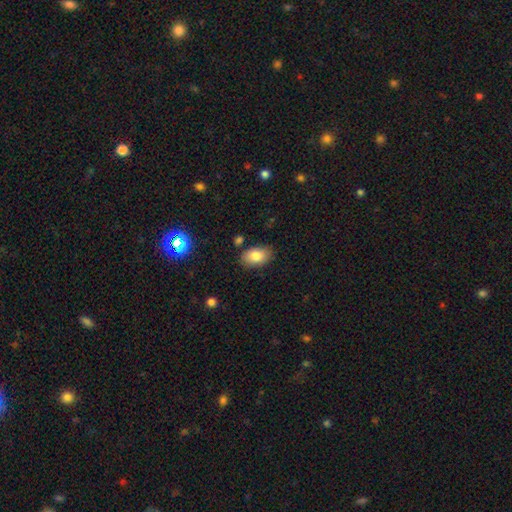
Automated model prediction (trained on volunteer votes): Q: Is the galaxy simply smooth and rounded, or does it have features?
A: smooth — 82%.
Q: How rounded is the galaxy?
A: in between — 90%.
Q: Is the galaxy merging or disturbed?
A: none — 84%.